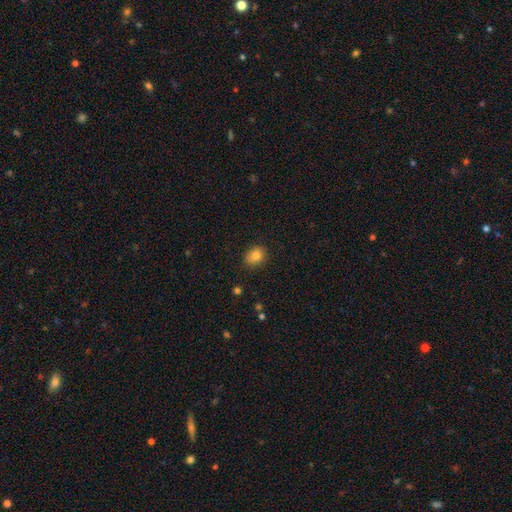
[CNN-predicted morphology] Smooth or featured: smooth — 82% (star or artifact — 10%)
How rounded: in between — 50% (round — 49%)
Merging: none — 84% (minor disturbance — 12%)